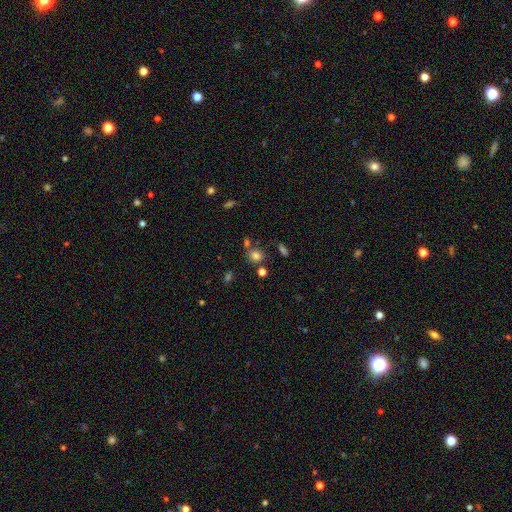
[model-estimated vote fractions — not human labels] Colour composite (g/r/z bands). It shows a smooth galaxy with no disk features (77%) that is round (76%). Merging: none (70%).